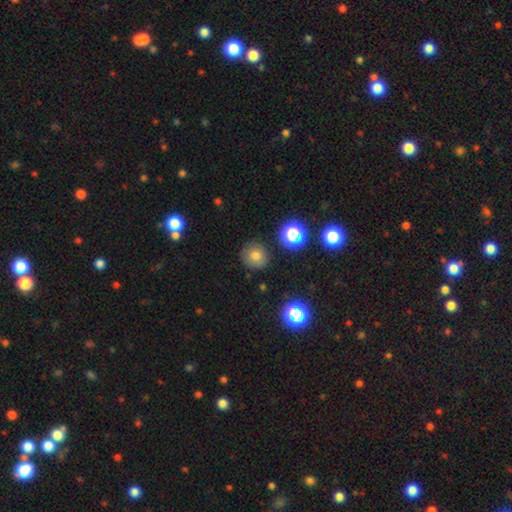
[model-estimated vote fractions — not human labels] smooth 73%, star or artifact 17%, featured or disk 10%. Down the decision tree: how rounded — round (88%); merging — none (84%).